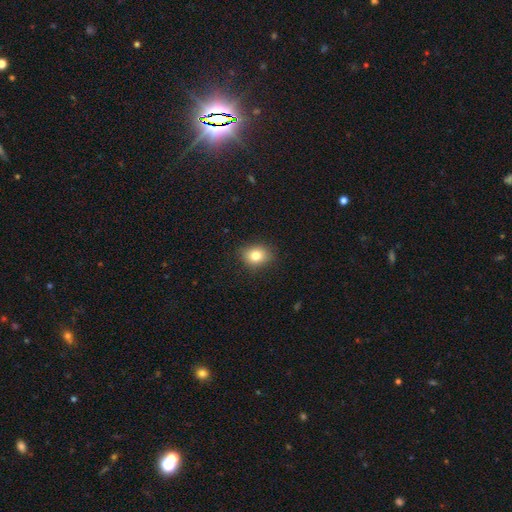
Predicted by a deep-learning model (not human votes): Smooth or featured?
  - smooth: 80% *
  - star or artifact: 11%
  - featured or disk: 9%
How rounded?
  - round: 52% *
  - in between: 47%
  - cigar-shaped: 1%
Merging?
  - none: 85% *
  - minor disturbance: 11%
  - major disturbance: 3%
  - merger: 1%